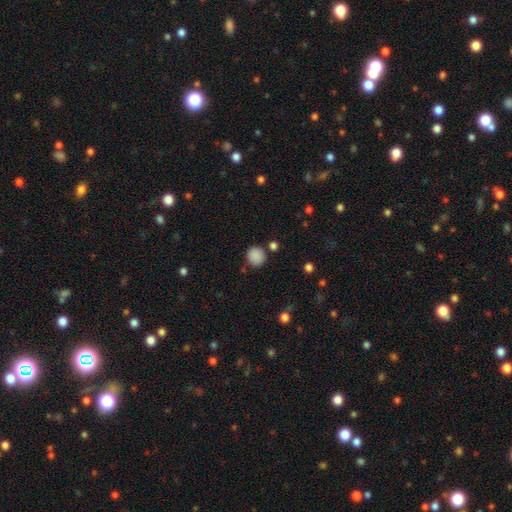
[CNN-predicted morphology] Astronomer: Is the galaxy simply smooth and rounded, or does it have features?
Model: smooth — 87%.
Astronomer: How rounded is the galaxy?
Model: round — 88%.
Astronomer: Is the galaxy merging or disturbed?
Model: none — 80%.